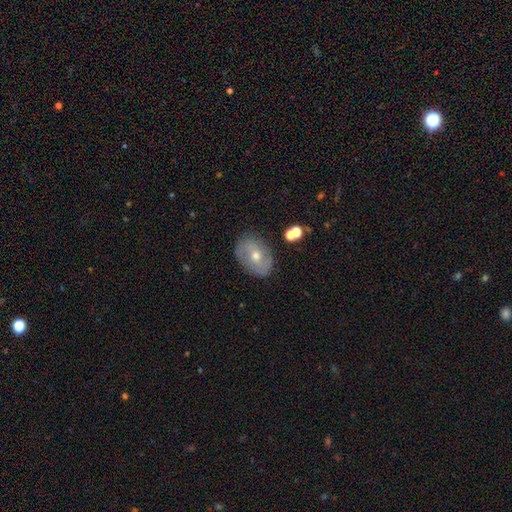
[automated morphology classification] A featured or disk galaxy (57%) with no bar (50%), spiral arms (56%) and a moderate central bulge (64%).

Vote fractions:
- Smooth or featured? featured or disk: 57% / smooth: 34% / star or artifact: 9%
- Edge-on disk? no: 94% / yes: 6%
- Bar? no: 50% / weak: 36% / strong: 15%
- Spiral arms? yes: 56% / no: 44%
- Bulge size? moderate: 64% / small: 32% / large: 2% / none: 1% / dominant: 1%
- Merging? none: 81% / minor disturbance: 13% / major disturbance: 4% / merger: 2%